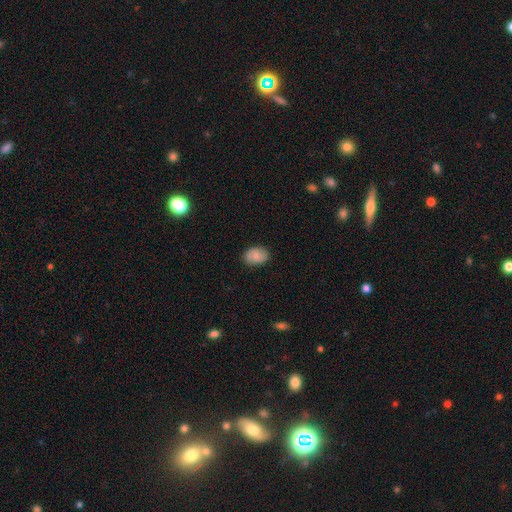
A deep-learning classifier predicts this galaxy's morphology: Smooth or featured: smooth — 79% (featured or disk — 14%)
How rounded: in between — 78% (round — 21%)
Merging: none — 84% (minor disturbance — 12%)